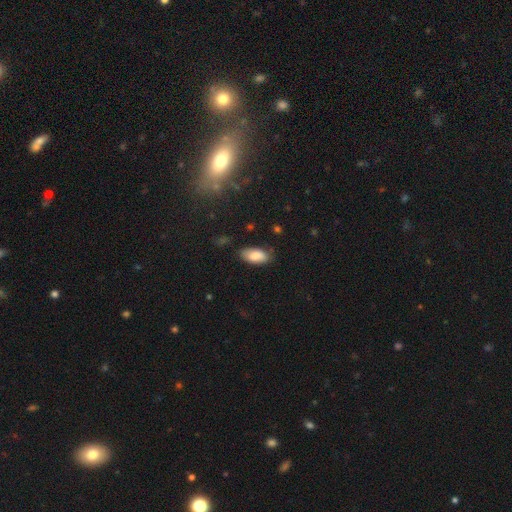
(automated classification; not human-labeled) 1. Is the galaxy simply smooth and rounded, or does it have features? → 86% smooth, 8% featured or disk, 7% star or artifact.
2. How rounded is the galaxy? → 91% in between, 7% cigar-shaped, 2% round.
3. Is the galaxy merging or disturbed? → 78% none, 17% minor disturbance, 3% major disturbance, 2% merger.